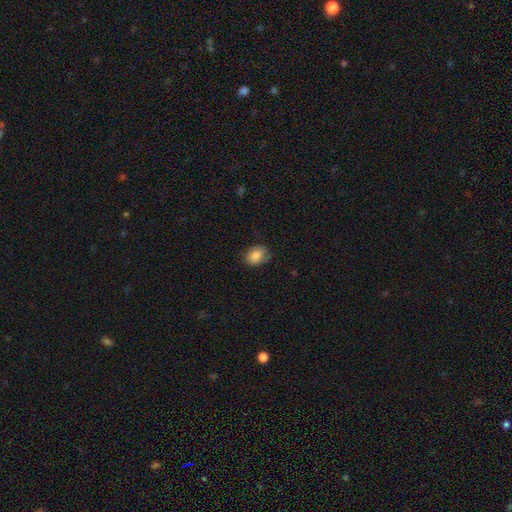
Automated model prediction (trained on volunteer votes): Smooth or featured? Predicted: smooth (p=0.85). How rounded? Predicted: in between (p=0.67). Merging? Predicted: none (p=0.69).